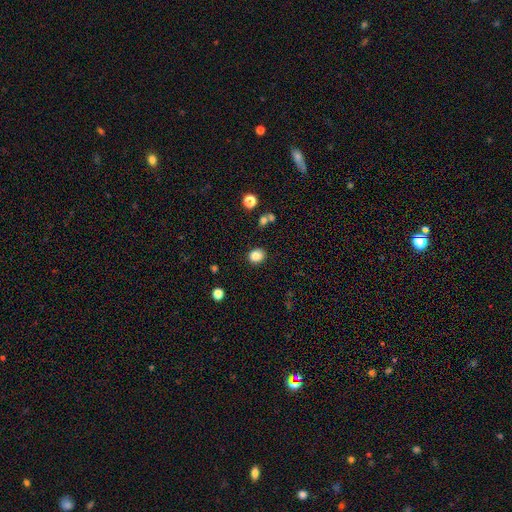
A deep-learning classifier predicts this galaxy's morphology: Q: Smooth or featured?
A: smooth (83%); runner-up: star or artifact (11%)
Q: How rounded?
A: round (67%); runner-up: in between (32%)
Q: Merging?
A: none (86%); runner-up: minor disturbance (9%)